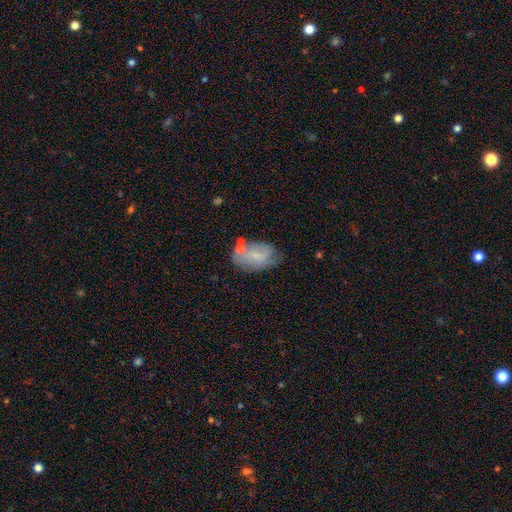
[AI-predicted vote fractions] smooth 51%, featured or disk 40%, star or artifact 9%. Down the decision tree: how rounded — in between (88%); merging — none (54%).